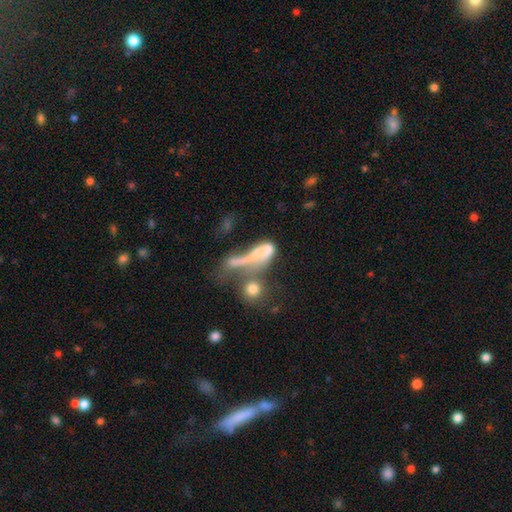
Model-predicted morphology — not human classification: A featured or disk galaxy (46%). Merging: merger (40%).